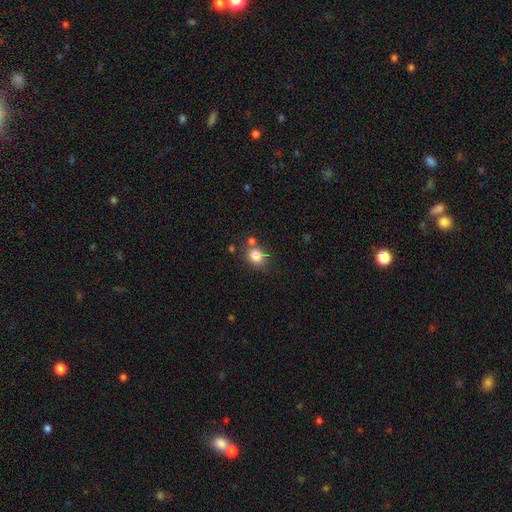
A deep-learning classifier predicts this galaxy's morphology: smooth 83%, star or artifact 11%, featured or disk 6%. Down the decision tree: how rounded — round (64%); merging — none (65%).